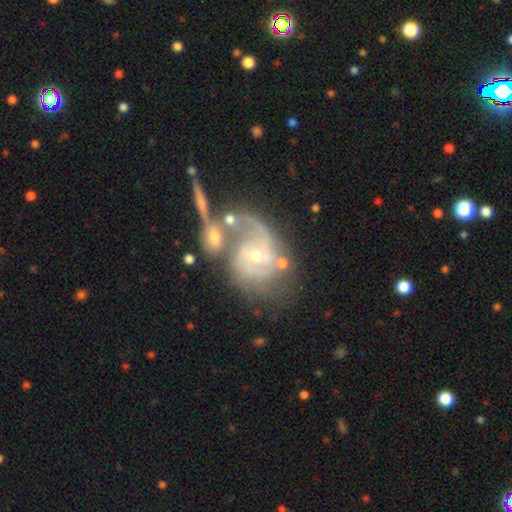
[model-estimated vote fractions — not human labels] Smooth or featured? featured or disk (87%)
Edge-on disk? no (97%)
Bar? no (48%)
Spiral arms? yes (95%)
Spiral winding? medium (48%)
Spiral arm count? 2 (65%)
Bulge size? moderate (51%)
Merging? merger (41%)